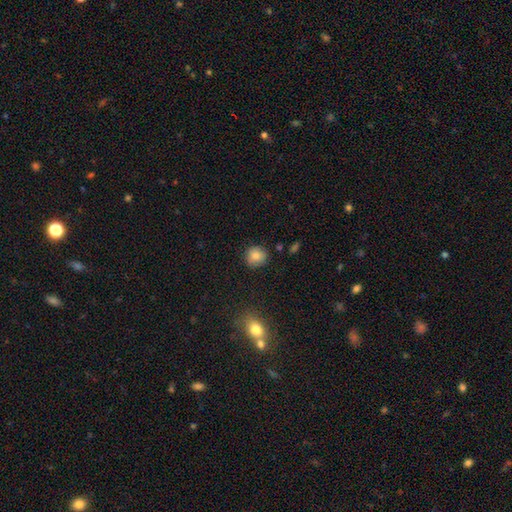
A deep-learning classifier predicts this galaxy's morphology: Q: Smooth or featured?
A: smooth (81%); runner-up: star or artifact (10%)
Q: How rounded?
A: round (88%); runner-up: in between (11%)
Q: Merging?
A: none (82%); runner-up: minor disturbance (13%)